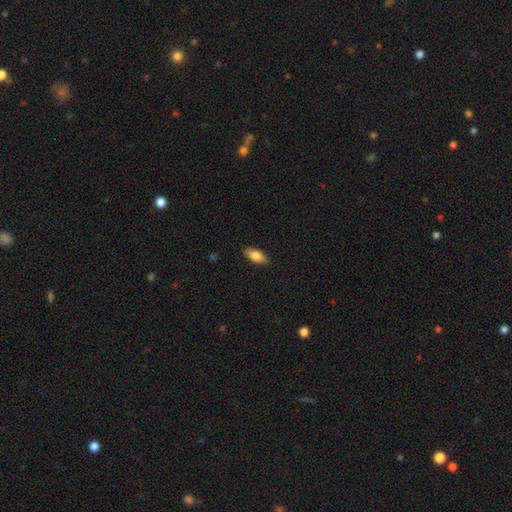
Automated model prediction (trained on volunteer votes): Q: Smooth or featured?
A: smooth (82%); runner-up: featured or disk (11%)
Q: How rounded?
A: in between (87%); runner-up: cigar-shaped (10%)
Q: Merging?
A: none (87%); runner-up: minor disturbance (10%)